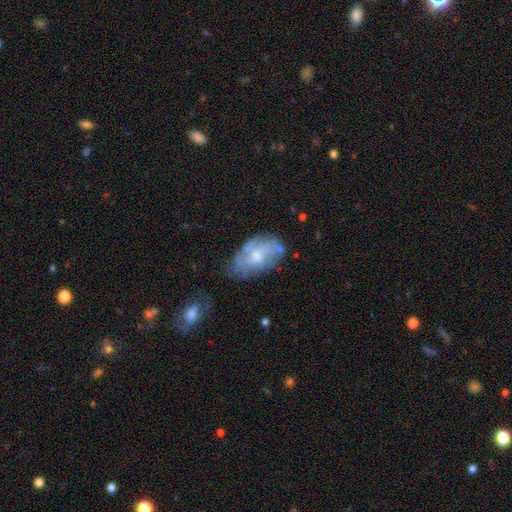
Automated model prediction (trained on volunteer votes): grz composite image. It shows a featured or disk galaxy (59%) with no bar (75%), spiral arms (53%) and a moderate central bulge (52%). Merging: none (56%).